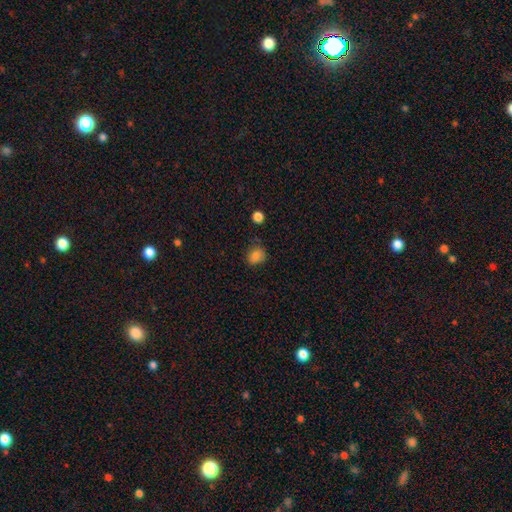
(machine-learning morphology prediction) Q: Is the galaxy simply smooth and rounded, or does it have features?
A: smooth — 83%.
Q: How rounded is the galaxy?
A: round — 61%.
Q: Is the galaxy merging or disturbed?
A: none — 70%.